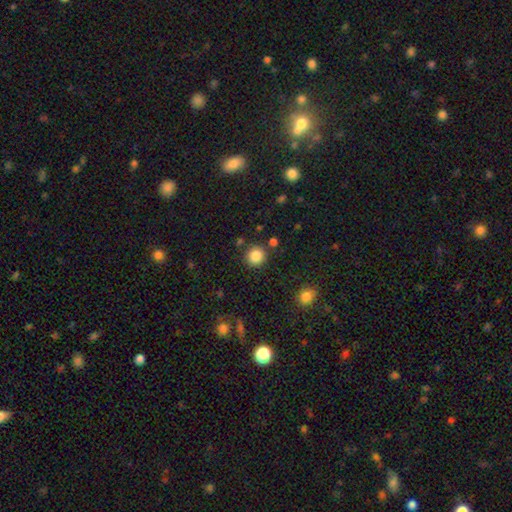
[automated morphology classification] smooth-or-featured: smooth: 86% | star or artifact: 10% | featured or disk: 4%
  how-rounded: round: 91% | in between: 8% | cigar-shaped: 1%
  merging: none: 86% | minor disturbance: 7% | merger: 4% | major disturbance: 3%